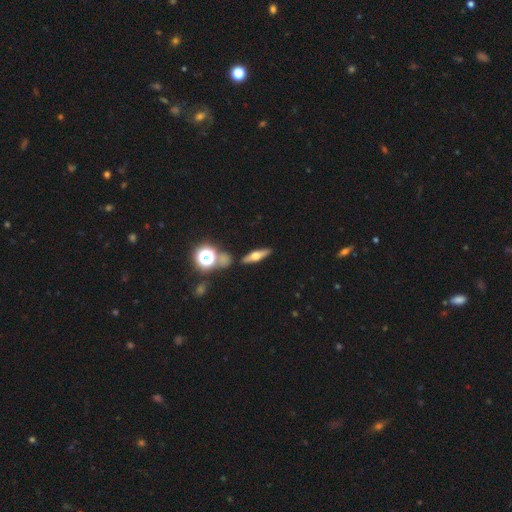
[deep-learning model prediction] The model was most divided on "smooth or featured": featured or disk: 55%, smooth: 34%, star or artifact: 12%. More confident: edge-on disk — yes (90%); merging — none (86%).